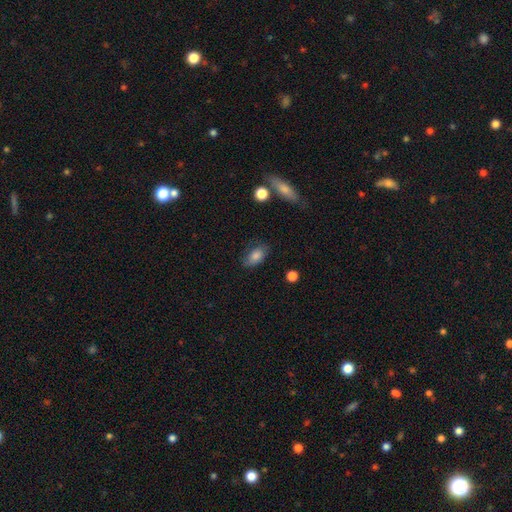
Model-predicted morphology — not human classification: Overall: smooth (80%). How rounded: in between (89%). Merging: none (69%).